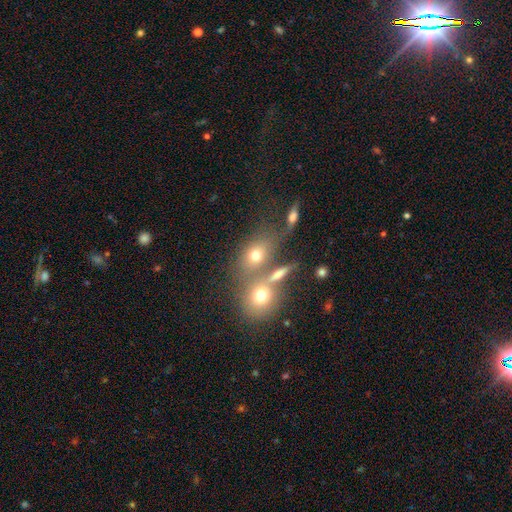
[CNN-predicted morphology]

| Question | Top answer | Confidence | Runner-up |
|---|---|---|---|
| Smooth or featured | smooth | 69% | featured or disk (16%) |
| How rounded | round | 51% | in between (45%) |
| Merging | none | 45% | merger (37%) |